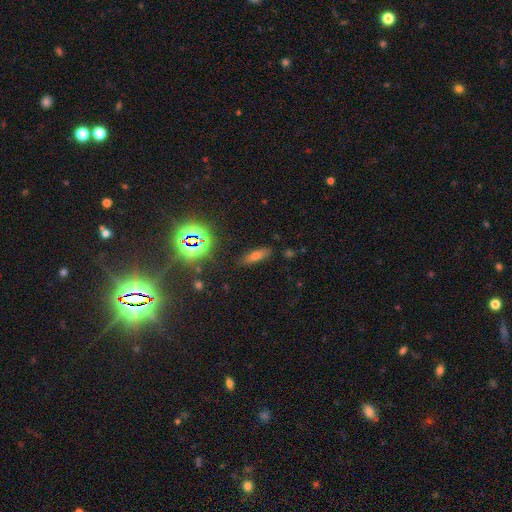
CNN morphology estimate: Smooth or featured: smooth — 58% (star or artifact — 24%)
How rounded: in between — 48% (cigar-shaped — 47%)
Merging: none — 83% (minor disturbance — 12%)